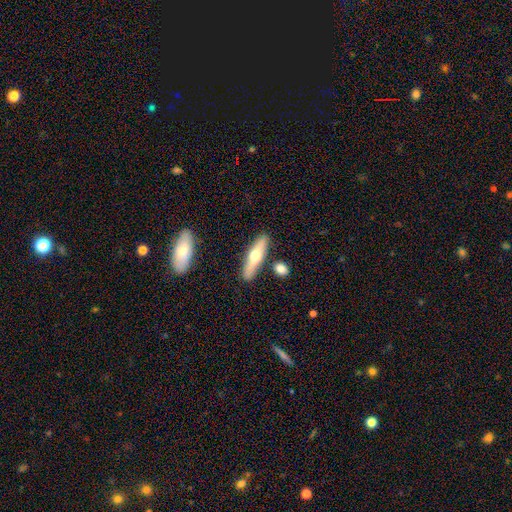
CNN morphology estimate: Smooth or featured? Predicted: smooth (p=0.48). Merging? Predicted: none (p=0.82).